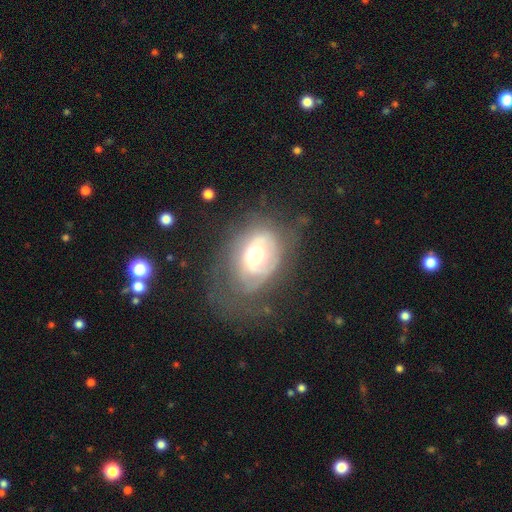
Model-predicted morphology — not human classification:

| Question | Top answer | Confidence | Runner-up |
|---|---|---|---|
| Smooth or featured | featured or disk | 63% | smooth (29%) |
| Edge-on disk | no | 95% | yes (5%) |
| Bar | no | 66% | weak (26%) |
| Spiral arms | yes | 63% | no (37%) |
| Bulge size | moderate | 57% | large (31%) |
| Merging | none | 45% | major disturbance (27%) |